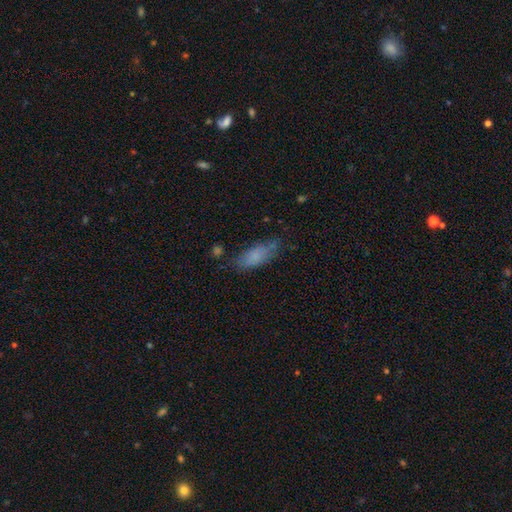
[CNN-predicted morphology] Smooth or featured: smooth — 76% (featured or disk — 15%)
How rounded: in between — 70% (cigar-shaped — 27%)
Merging: none — 64% (minor disturbance — 25%)